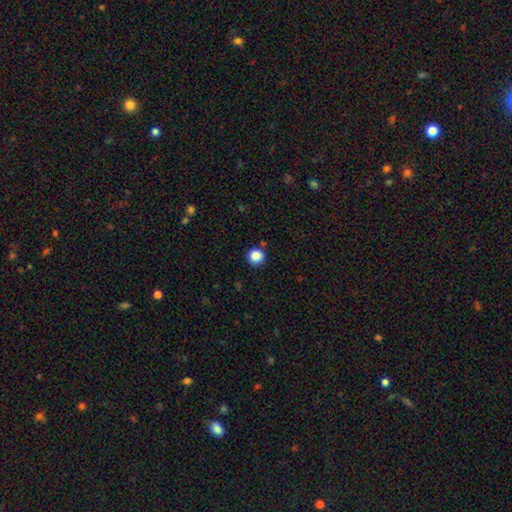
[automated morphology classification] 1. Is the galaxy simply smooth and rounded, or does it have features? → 86% smooth, 10% star or artifact, 3% featured or disk.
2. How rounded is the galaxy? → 94% round, 5% in between, 1% cigar-shaped.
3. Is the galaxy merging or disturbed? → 89% none, 7% minor disturbance, 2% merger, 2% major disturbance.